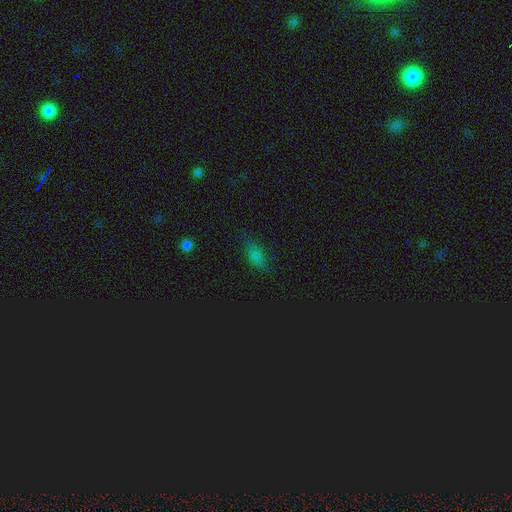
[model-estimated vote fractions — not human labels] smooth 65%, star or artifact 22%, featured or disk 13%. Down the decision tree: how rounded — in between (77%); merging — none (69%).